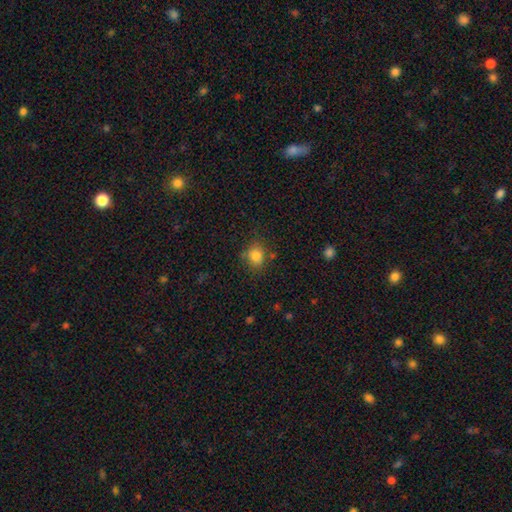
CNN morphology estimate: Smooth or featured? smooth (83%)
How rounded? round (66%)
Merging? none (73%)